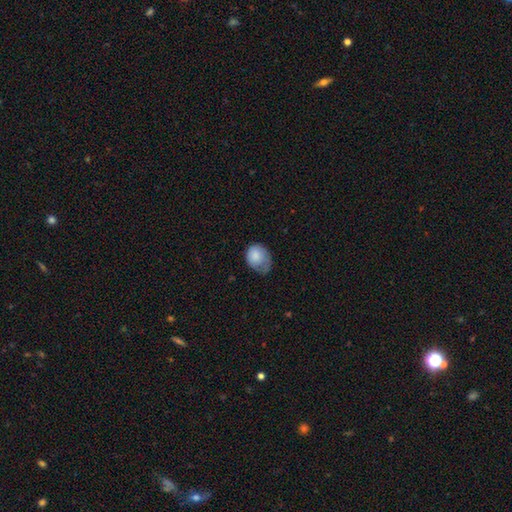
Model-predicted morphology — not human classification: smooth-or-featured: smooth: 80% | featured or disk: 13% | star or artifact: 7%
  how-rounded: in between: 54% | round: 45% | cigar-shaped: 1%
  merging: minor disturbance: 43% | none: 29% | major disturbance: 26% | merger: 2%